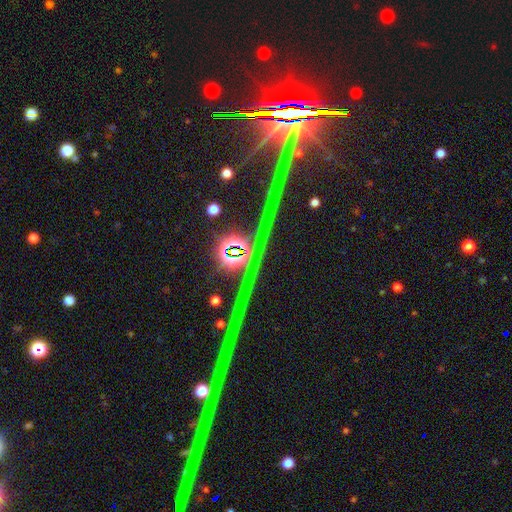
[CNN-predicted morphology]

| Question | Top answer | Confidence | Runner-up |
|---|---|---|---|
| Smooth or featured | star or artifact | 85% | featured or disk (10%) |